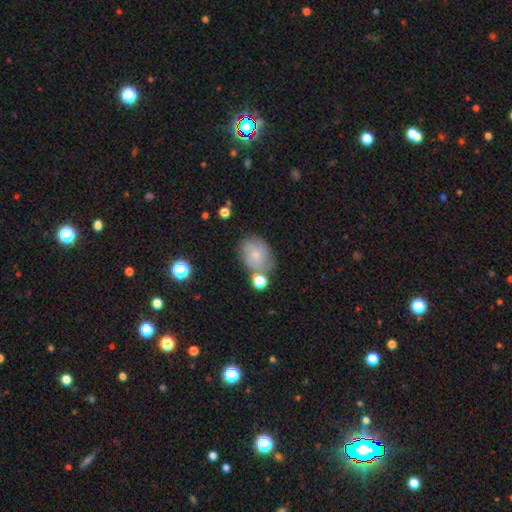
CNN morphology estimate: Q: Smooth or featured?
A: smooth (68%); runner-up: featured or disk (22%)
Q: How rounded?
A: in between (59%); runner-up: round (40%)
Q: Merging?
A: none (61%); runner-up: minor disturbance (20%)